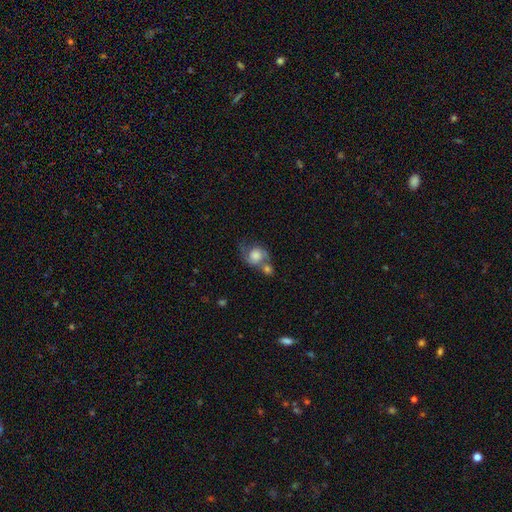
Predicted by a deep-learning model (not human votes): This appears to be a smooth galaxy with no disk features (53%) that is round (74%). Merging: merger (43%).